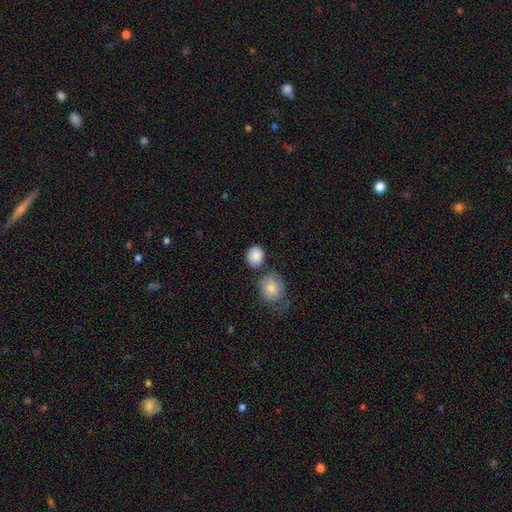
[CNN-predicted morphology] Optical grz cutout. It shows a smooth galaxy with no disk features (87%) that is round (69%). Merging: none (72%).